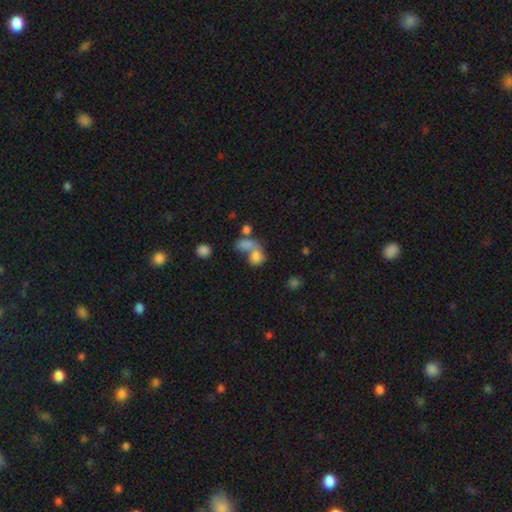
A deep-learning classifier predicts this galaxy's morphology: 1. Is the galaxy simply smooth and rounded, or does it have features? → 71% smooth, 16% featured or disk, 13% star or artifact.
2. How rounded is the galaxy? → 53% in between, 45% round, 3% cigar-shaped.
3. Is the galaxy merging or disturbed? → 57% merger, 23% none, 11% major disturbance, 9% minor disturbance.